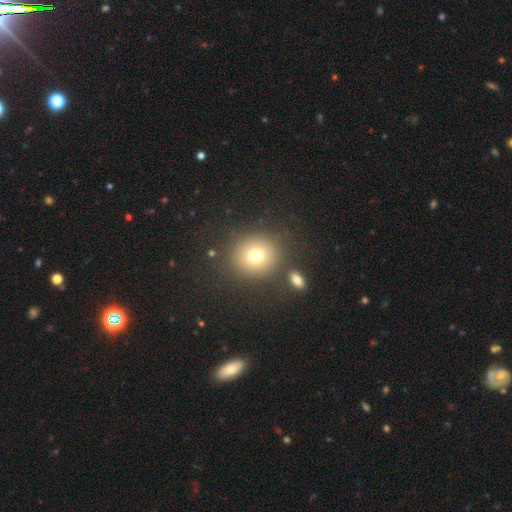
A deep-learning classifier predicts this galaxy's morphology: Overall: smooth (75%). How rounded: round (83%). Merging: none (81%).